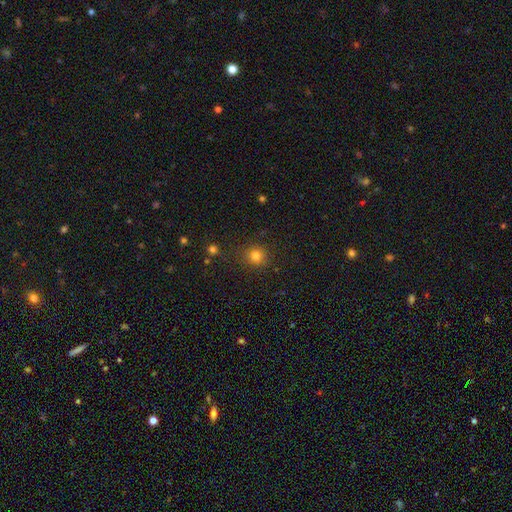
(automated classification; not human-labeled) This appears to be a smooth galaxy with no disk features (79%) that is round (90%). Merging: none (85%).